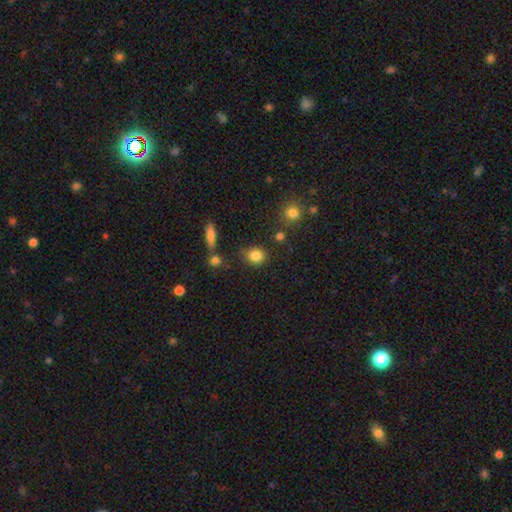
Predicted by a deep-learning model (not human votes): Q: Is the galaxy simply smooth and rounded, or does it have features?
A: smooth — 84%.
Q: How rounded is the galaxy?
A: round — 68%.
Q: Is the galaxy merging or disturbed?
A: none — 79%.